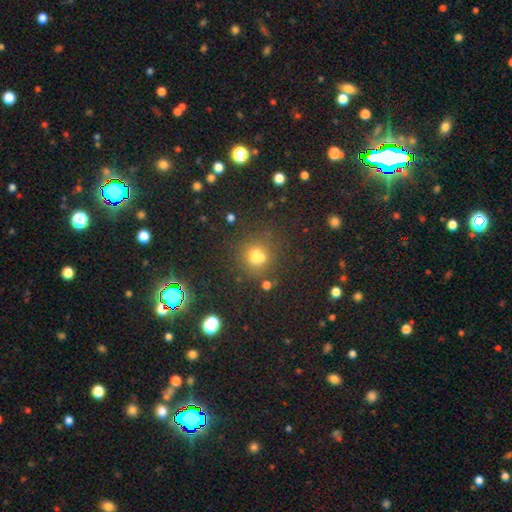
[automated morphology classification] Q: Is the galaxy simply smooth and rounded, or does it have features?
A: smooth — 64%.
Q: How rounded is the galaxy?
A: round — 83%.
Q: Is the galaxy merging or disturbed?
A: none — 57%.